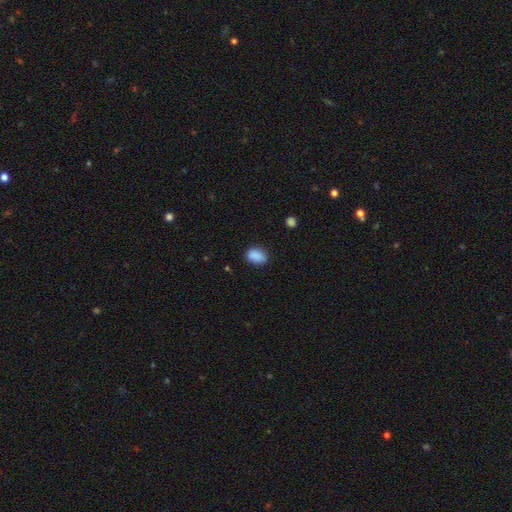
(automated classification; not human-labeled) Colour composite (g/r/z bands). It shows a smooth galaxy with no disk features (88%) that is in between round and cigar-shaped (80%). Merging: none (77%).